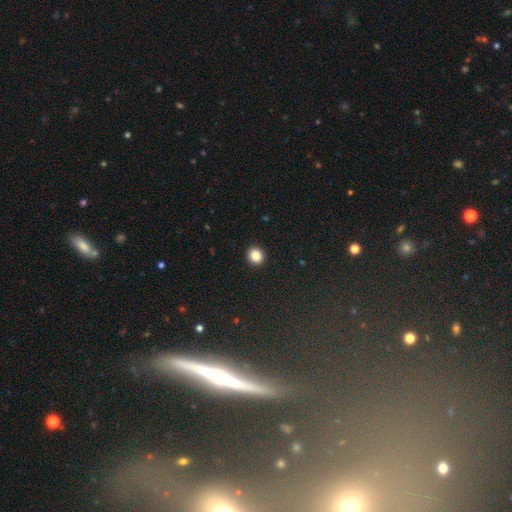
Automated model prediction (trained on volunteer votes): A smooth galaxy with no disk features (85%) that is round (84%).

Vote fractions:
- Smooth or featured? smooth: 85% / star or artifact: 11% / featured or disk: 5%
- How rounded? round: 84% / in between: 15% / cigar-shaped: 1%
- Merging? none: 93% / minor disturbance: 5% / major disturbance: 2% / merger: 1%